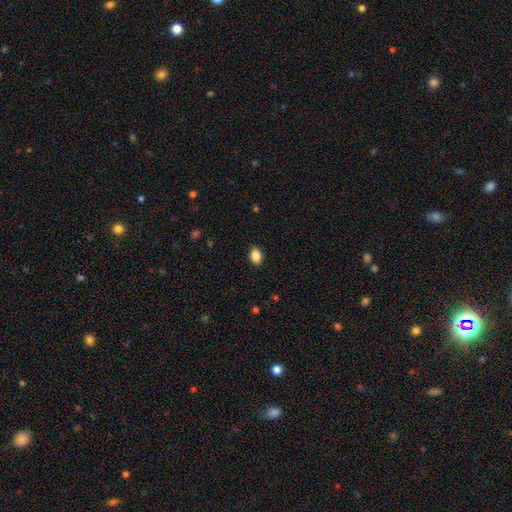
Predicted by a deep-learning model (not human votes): The model was most divided on "how rounded": in between: 75%, round: 24%, cigar-shaped: 1%. More confident: merging — none (90%); smooth or featured — smooth (87%).